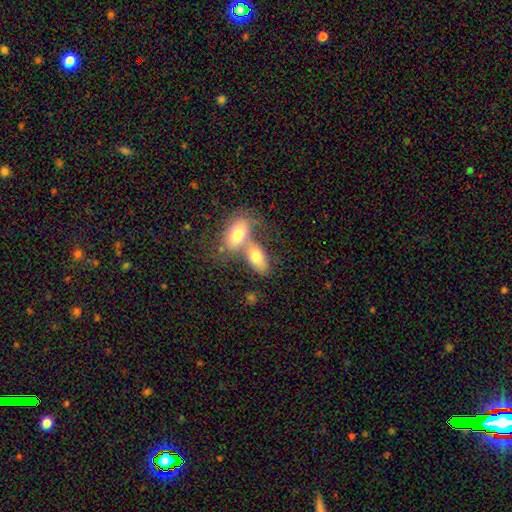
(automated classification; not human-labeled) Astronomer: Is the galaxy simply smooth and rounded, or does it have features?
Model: smooth — 71%.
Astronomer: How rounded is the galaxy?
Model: in between — 88%.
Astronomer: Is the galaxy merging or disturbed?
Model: merger — 68%.